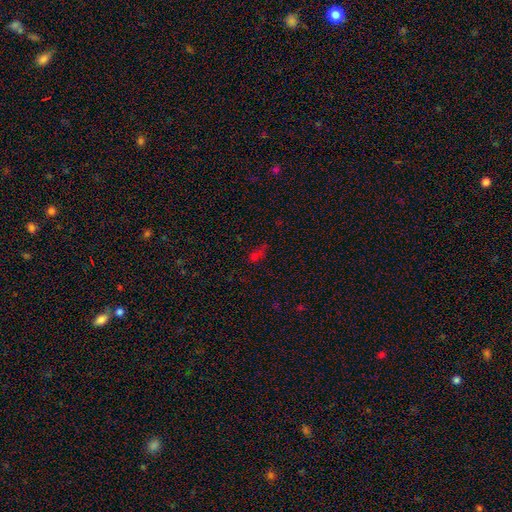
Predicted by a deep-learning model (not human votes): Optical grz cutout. It shows a smooth galaxy with no disk features (46%). Merging: none (48%).